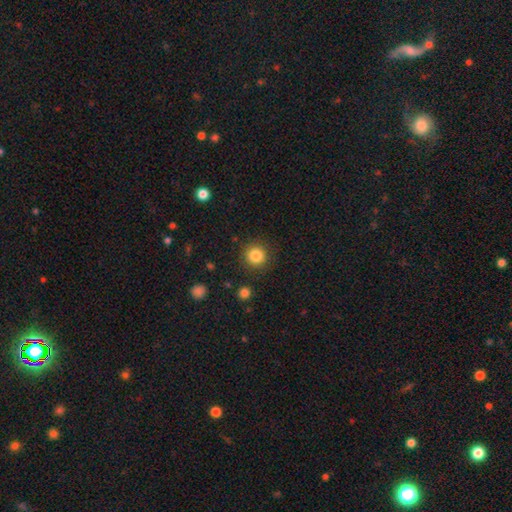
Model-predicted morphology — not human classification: smooth-or-featured: smooth: 84% | star or artifact: 11% | featured or disk: 5%
  how-rounded: round: 94% | in between: 5% | cigar-shaped: 1%
  merging: none: 88% | minor disturbance: 7% | major disturbance: 3% | merger: 2%